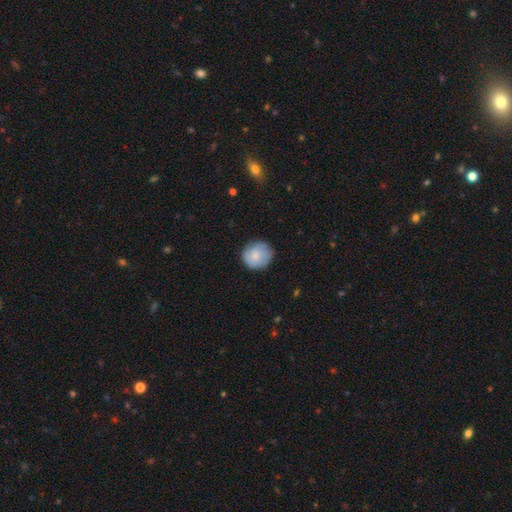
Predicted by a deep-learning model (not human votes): This appears to be a smooth galaxy with no disk features (74%) that is round (90%). Merging: none (81%).